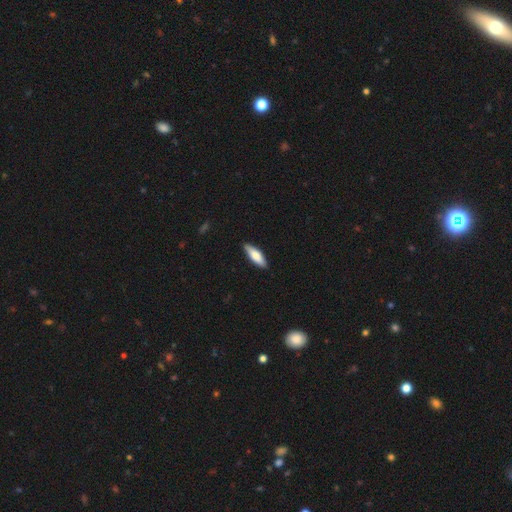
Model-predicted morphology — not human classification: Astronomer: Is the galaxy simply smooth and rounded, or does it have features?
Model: smooth — 69%.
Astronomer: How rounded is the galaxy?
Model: in between — 50% (runner-up: cigar-shaped, 48%).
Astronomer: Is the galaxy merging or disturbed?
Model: none — 87%.